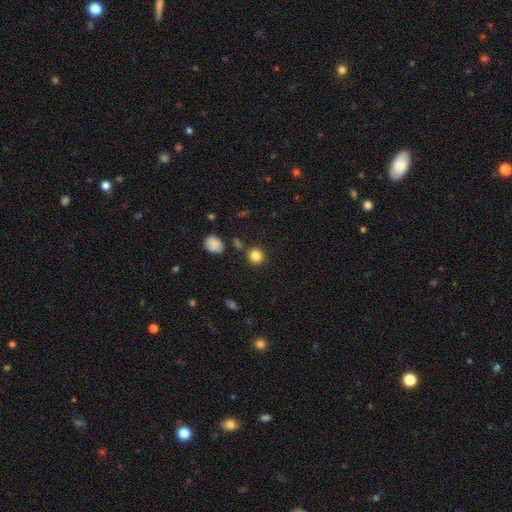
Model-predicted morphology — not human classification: Smooth or featured?
  - smooth: 83% *
  - star or artifact: 12%
  - featured or disk: 5%
How rounded?
  - round: 91% *
  - in between: 8%
  - cigar-shaped: 1%
Merging?
  - none: 84% *
  - minor disturbance: 8%
  - merger: 5%
  - major disturbance: 3%